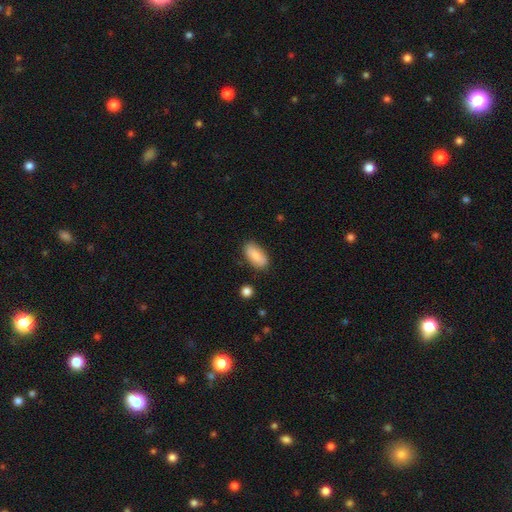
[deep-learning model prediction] smooth 85%, featured or disk 9%, star or artifact 6%. Down the decision tree: how rounded — in between (88%); merging — none (82%).